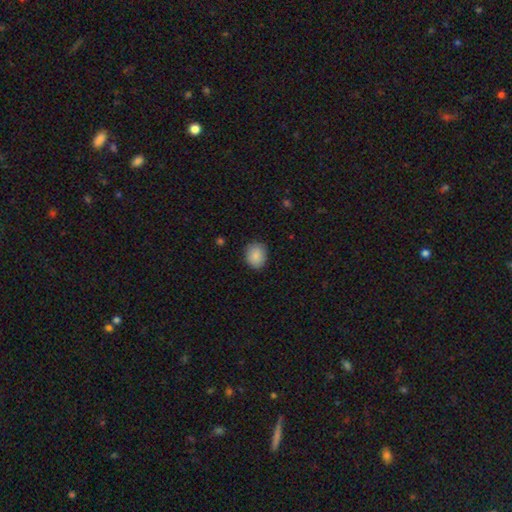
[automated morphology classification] A smooth galaxy with no disk features (88%) that is round (65%).

Vote fractions:
- Smooth or featured? smooth: 88% / star or artifact: 7% / featured or disk: 5%
- How rounded? round: 65% / in between: 35% / cigar-shaped: 1%
- Merging? none: 87% / minor disturbance: 10% / major disturbance: 2% / merger: 1%